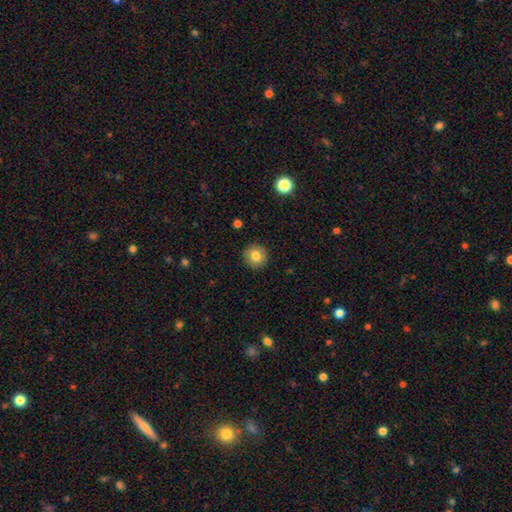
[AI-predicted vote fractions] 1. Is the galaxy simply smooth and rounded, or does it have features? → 81% smooth, 10% featured or disk, 9% star or artifact.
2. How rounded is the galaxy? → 93% round, 6% in between, 1% cigar-shaped.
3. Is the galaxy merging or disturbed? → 91% none, 6% minor disturbance, 2% major disturbance, 1% merger.